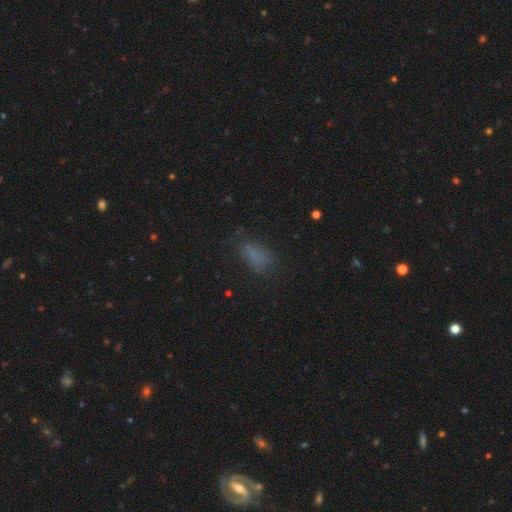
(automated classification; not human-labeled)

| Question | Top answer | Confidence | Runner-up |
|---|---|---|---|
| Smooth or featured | smooth | 71% | star or artifact (18%) |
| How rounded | in between | 83% | cigar-shaped (9%) |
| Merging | none | 63% | minor disturbance (22%) |